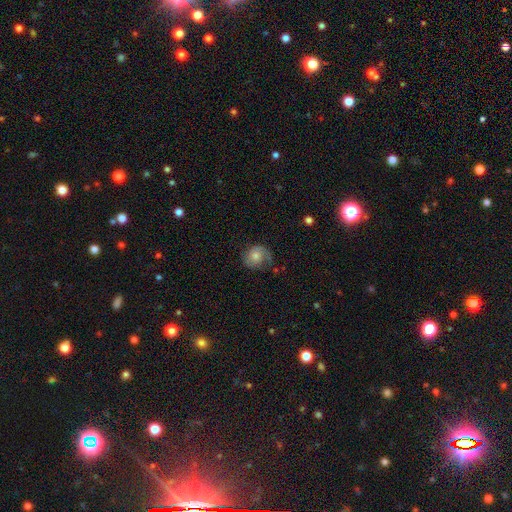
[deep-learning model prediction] A featured or disk galaxy (54%) with no bar (77%), spiral arms (87%) and a moderate central bulge (57%). Merging: none (62%).